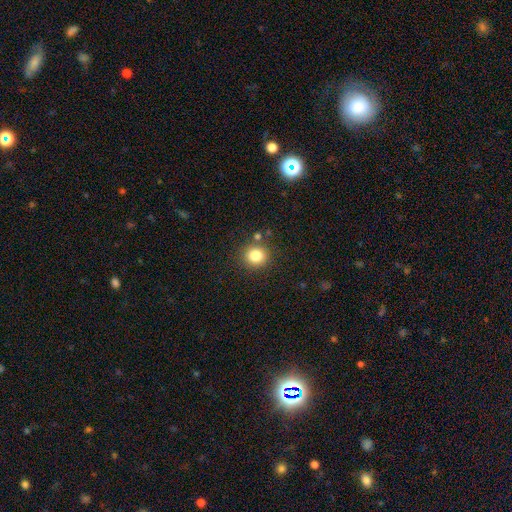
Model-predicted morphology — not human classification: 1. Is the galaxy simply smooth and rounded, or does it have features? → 81% smooth, 12% star or artifact, 7% featured or disk.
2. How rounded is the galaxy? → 88% round, 11% in between, 1% cigar-shaped.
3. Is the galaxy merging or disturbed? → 83% none, 8% minor disturbance, 5% merger, 3% major disturbance.